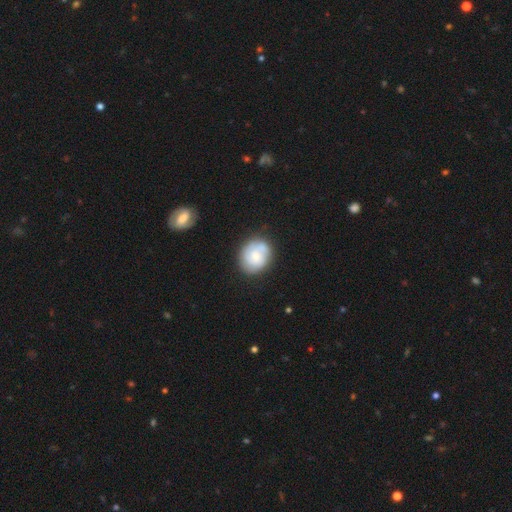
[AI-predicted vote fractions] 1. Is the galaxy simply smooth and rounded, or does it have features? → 55% smooth, 38% featured or disk, 7% star or artifact.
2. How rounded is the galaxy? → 66% round, 33% in between, 1% cigar-shaped.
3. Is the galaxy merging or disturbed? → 70% none, 19% minor disturbance, 6% major disturbance, 5% merger.